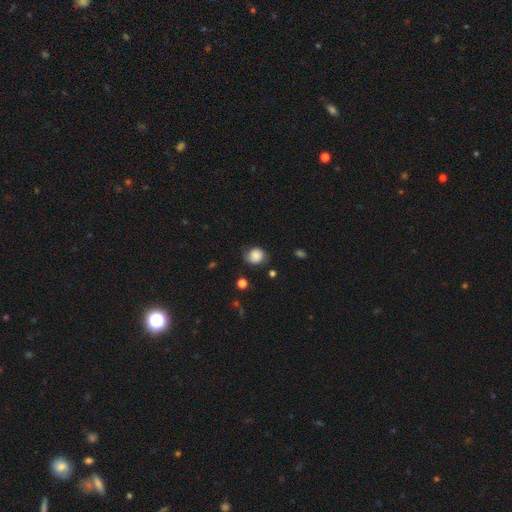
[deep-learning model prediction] Smooth or featured? Predicted: smooth (p=0.82). How rounded? Predicted: round (p=0.76). Merging? Predicted: none (p=0.63).